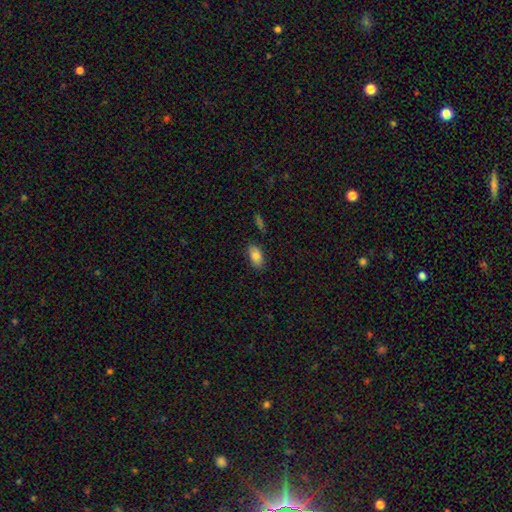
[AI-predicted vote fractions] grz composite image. It shows a smooth galaxy with no disk features (82%) that is in between round and cigar-shaped (91%). Merging: none (83%).